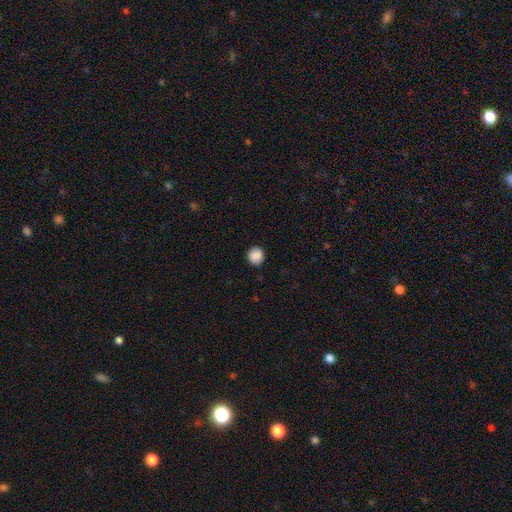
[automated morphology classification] Q: Smooth or featured?
A: smooth (88%); runner-up: star or artifact (9%)
Q: How rounded?
A: round (94%); runner-up: in between (6%)
Q: Merging?
A: none (92%); runner-up: minor disturbance (6%)